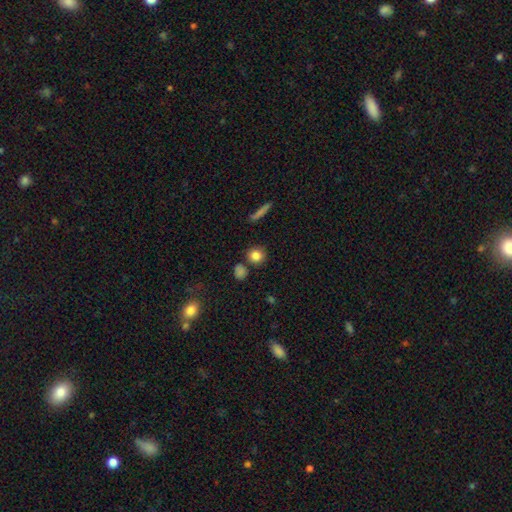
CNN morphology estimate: Q: Smooth or featured?
A: smooth (83%); runner-up: star or artifact (10%)
Q: How rounded?
A: round (86%); runner-up: in between (12%)
Q: Merging?
A: none (79%); runner-up: minor disturbance (9%)